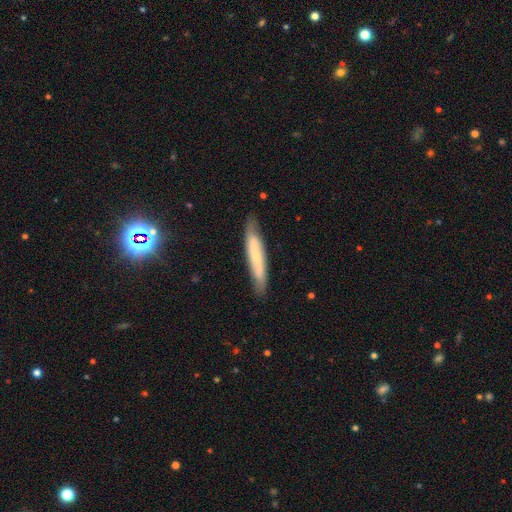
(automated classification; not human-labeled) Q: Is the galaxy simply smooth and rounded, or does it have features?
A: smooth — 51%.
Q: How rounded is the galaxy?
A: cigar-shaped — 90%.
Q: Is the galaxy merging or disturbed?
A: none — 81%.